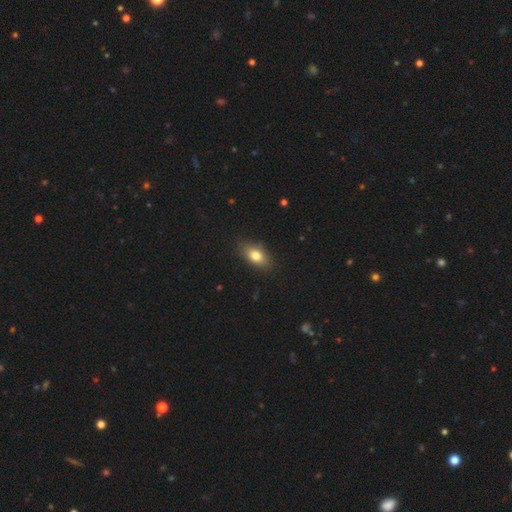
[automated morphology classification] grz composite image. It shows a smooth galaxy with no disk features (78%) that is in between round and cigar-shaped (85%). Merging: none (85%).